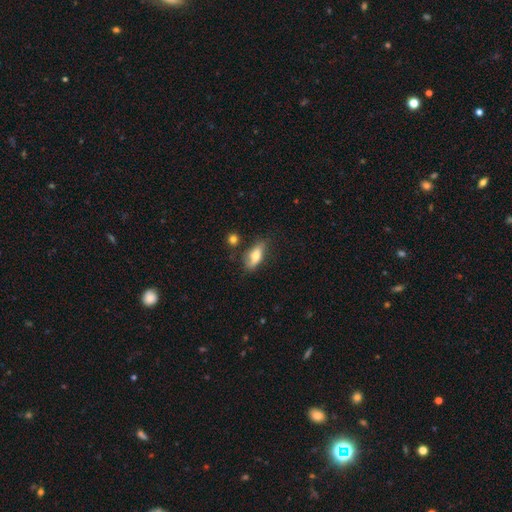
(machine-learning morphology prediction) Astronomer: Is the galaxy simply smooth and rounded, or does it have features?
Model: smooth — 68%.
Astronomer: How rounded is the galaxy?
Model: in between — 77%.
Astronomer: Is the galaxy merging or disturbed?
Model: none — 67%.